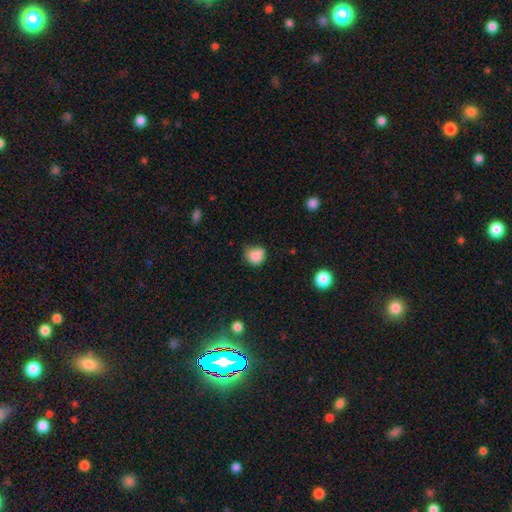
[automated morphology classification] The model was most divided on "merging": none: 49%, minor disturbance: 29%, merger: 13%, major disturbance: 9%. More confident: smooth or featured — smooth (81%); how rounded — round (74%).